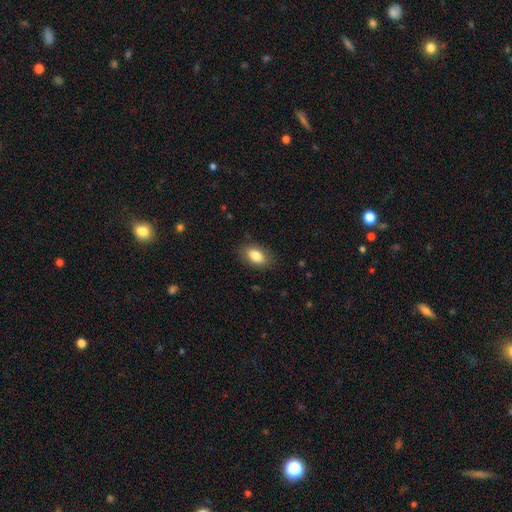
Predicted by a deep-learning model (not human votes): This appears to be a smooth galaxy with no disk features (84%) that is in between round and cigar-shaped (89%). Merging: none (85%).